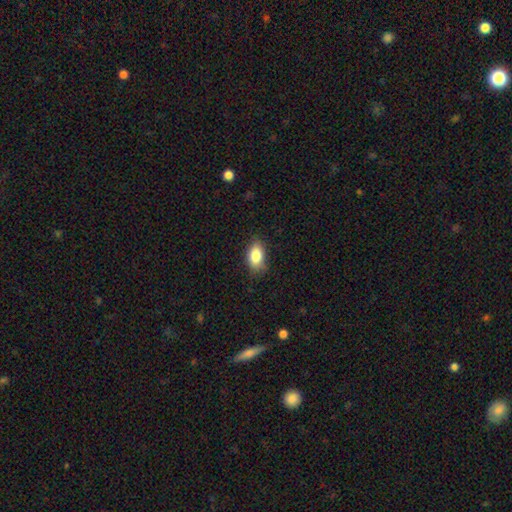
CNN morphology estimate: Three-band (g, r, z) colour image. It shows a smooth galaxy with no disk features (84%) that is in between round and cigar-shaped (89%). Merging: none (80%).